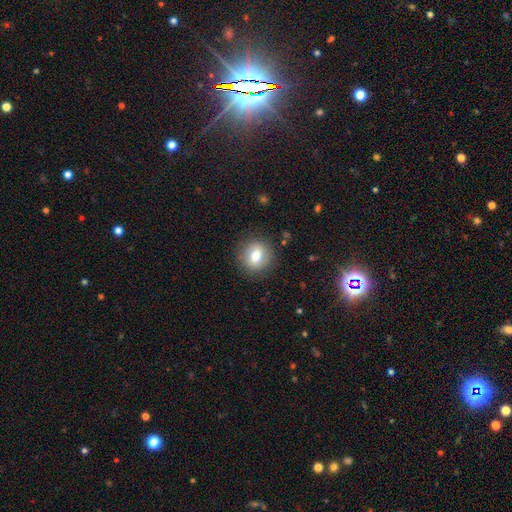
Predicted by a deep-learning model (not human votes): smooth_or_featured: smooth (p=0.73) [alt: featured or disk p=0.18]
how_rounded: round (p=0.81) [alt: in between p=0.18]
merging: none (p=0.86) [alt: minor disturbance p=0.09]